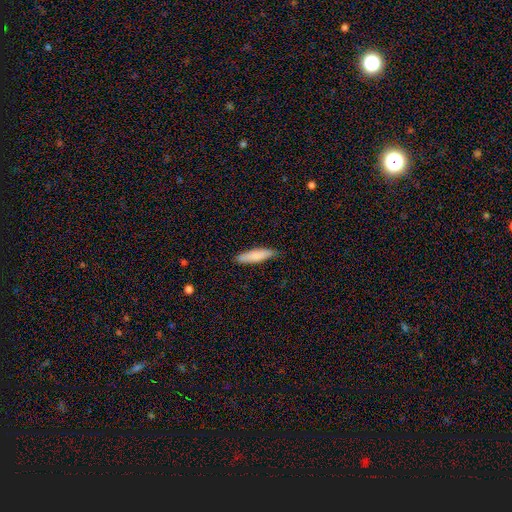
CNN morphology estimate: Smooth or featured?
  - smooth: 83% *
  - featured or disk: 12%
  - star or artifact: 6%
How rounded?
  - cigar-shaped: 76% *
  - in between: 23%
  - round: 1%
Merging?
  - none: 84% *
  - minor disturbance: 13%
  - major disturbance: 2%
  - merger: 1%